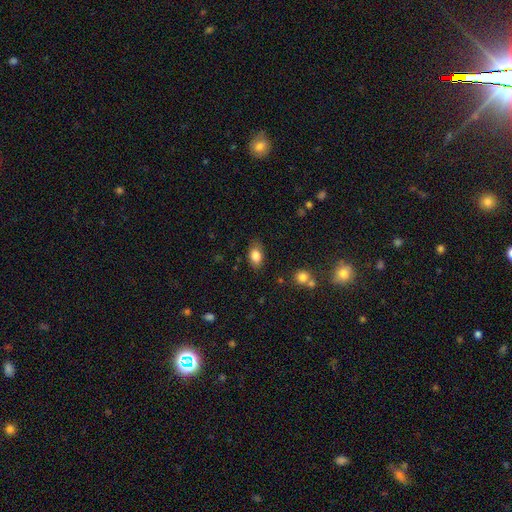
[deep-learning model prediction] A smooth galaxy with no disk features (83%) that is in between round and cigar-shaped (85%).

Vote fractions:
- Smooth or featured? smooth: 83% / featured or disk: 9% / star or artifact: 9%
- How rounded? in between: 85% / round: 13% / cigar-shaped: 2%
- Merging? none: 82% / minor disturbance: 13% / major disturbance: 3% / merger: 2%